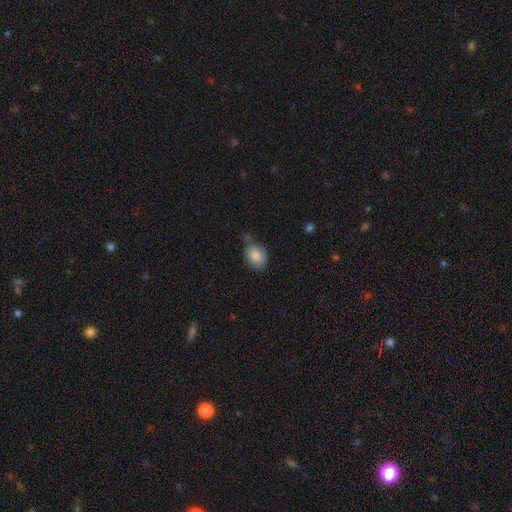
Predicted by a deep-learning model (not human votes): Smooth or featured: smooth — 82% (featured or disk — 11%)
How rounded: in between — 64% (round — 35%)
Merging: none — 54% (minor disturbance — 31%)